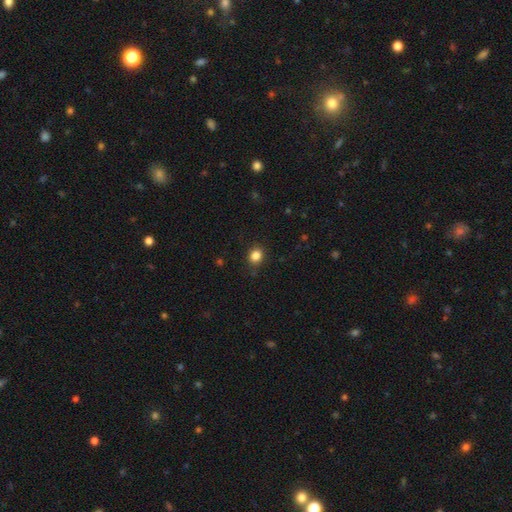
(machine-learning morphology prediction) smooth 85%, star or artifact 11%, featured or disk 4%. Down the decision tree: how rounded — round (71%); merging — none (87%).